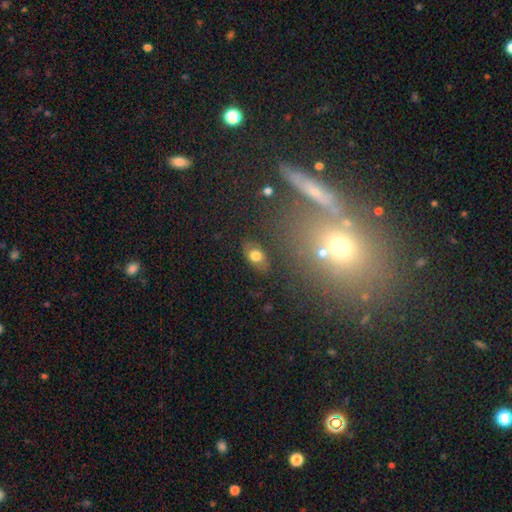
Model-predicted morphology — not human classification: The model was most divided on "smooth or featured": smooth: 75%, featured or disk: 15%, star or artifact: 10%. More confident: how rounded — in between (86%); merging — none (83%).